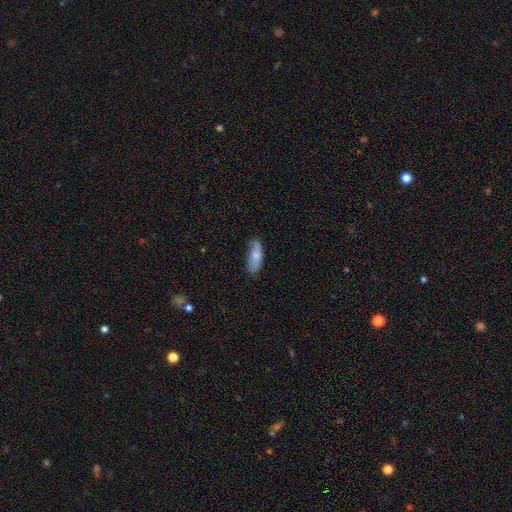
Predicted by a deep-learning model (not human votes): This is likely a smooth galaxy (72%). How rounded: likely in between (74%). Merging: likely none (62%).